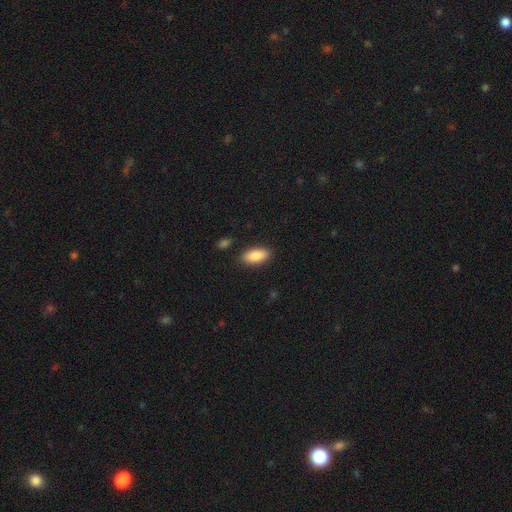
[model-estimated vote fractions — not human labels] The model was most divided on "merging": none: 87%, minor disturbance: 9%, major disturbance: 2%, merger: 2%. More confident: how rounded — in between (90%); smooth or featured — smooth (87%).